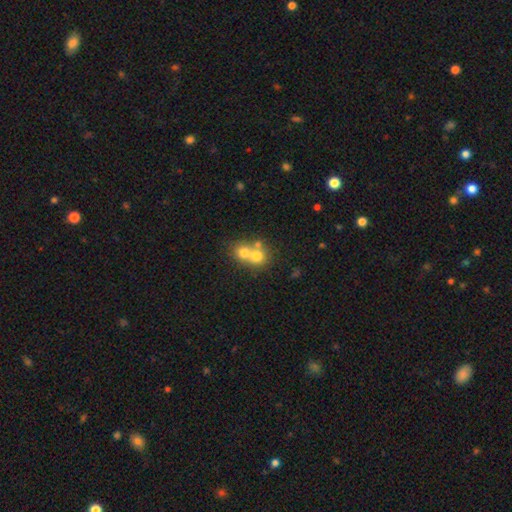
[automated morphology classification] A smooth galaxy with no disk features (69%) that is round (81%).

Vote fractions:
- Smooth or featured? smooth: 69% / featured or disk: 19% / star or artifact: 12%
- How rounded? round: 81% / in between: 18% / cigar-shaped: 1%
- Merging? merger: 64% / none: 29% / minor disturbance: 5% / major disturbance: 2%